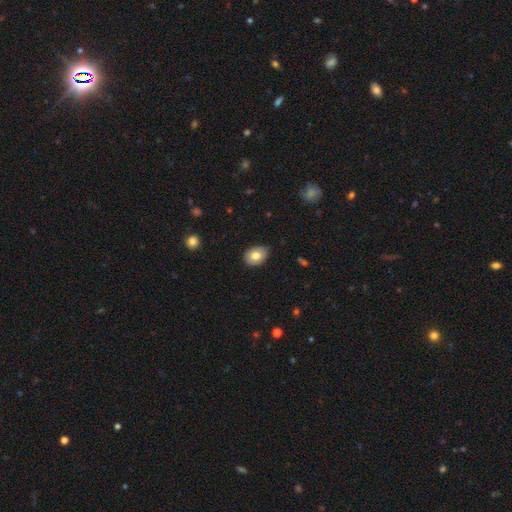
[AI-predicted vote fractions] smooth 78%, featured or disk 14%, star or artifact 8%. Down the decision tree: how rounded — in between (72%); merging — none (80%).